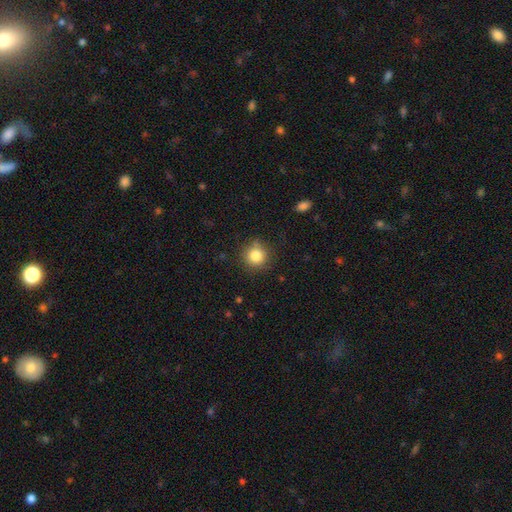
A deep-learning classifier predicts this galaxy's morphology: This is clearly a smooth galaxy (83%). How rounded: clearly round (93%). Merging: clearly none (84%).